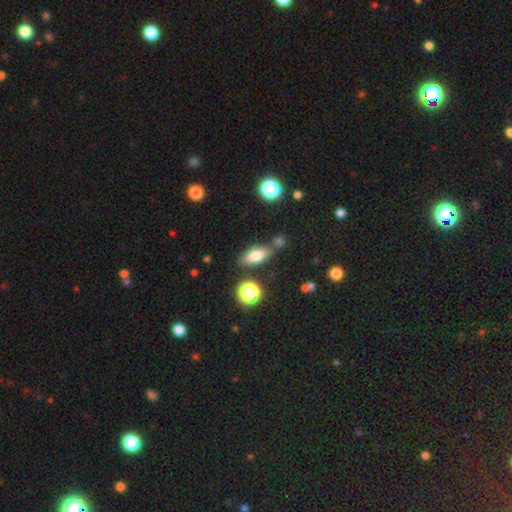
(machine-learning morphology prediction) smooth 74%, featured or disk 16%, star or artifact 11%. Down the decision tree: how rounded — in between (78%); merging — none (70%).